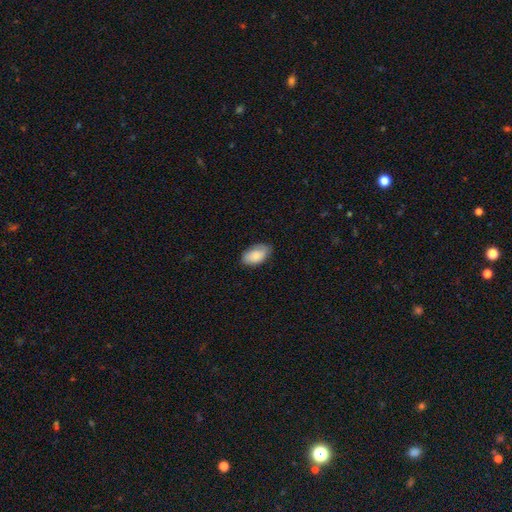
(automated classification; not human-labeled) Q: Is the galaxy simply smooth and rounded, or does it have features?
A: smooth — 82%.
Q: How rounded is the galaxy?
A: in between — 94%.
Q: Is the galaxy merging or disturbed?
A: none — 79%.